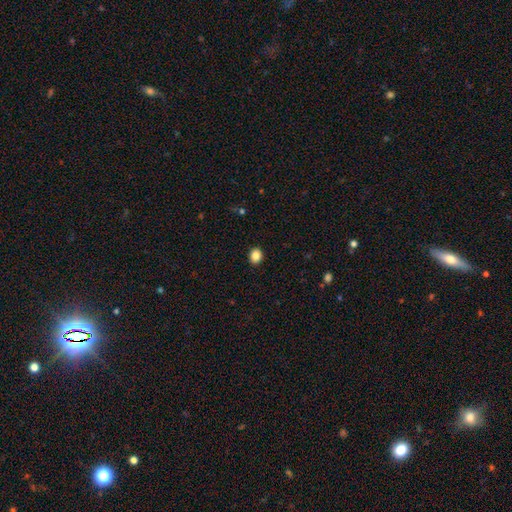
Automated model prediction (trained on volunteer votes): Smooth or featured?
  - smooth: 85% *
  - star or artifact: 10%
  - featured or disk: 4%
How rounded?
  - round: 56% *
  - in between: 43%
  - cigar-shaped: 1%
Merging?
  - none: 91% *
  - minor disturbance: 6%
  - major disturbance: 2%
  - merger: 1%